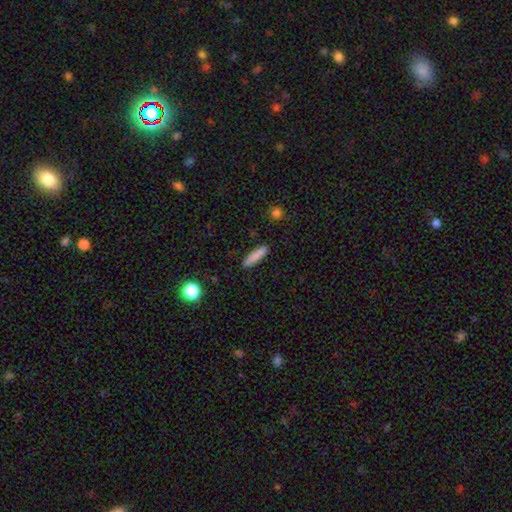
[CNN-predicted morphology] Q: Smooth or featured?
A: smooth (84%); runner-up: featured or disk (9%)
Q: How rounded?
A: cigar-shaped (86%); runner-up: in between (13%)
Q: Merging?
A: none (89%); runner-up: minor disturbance (7%)